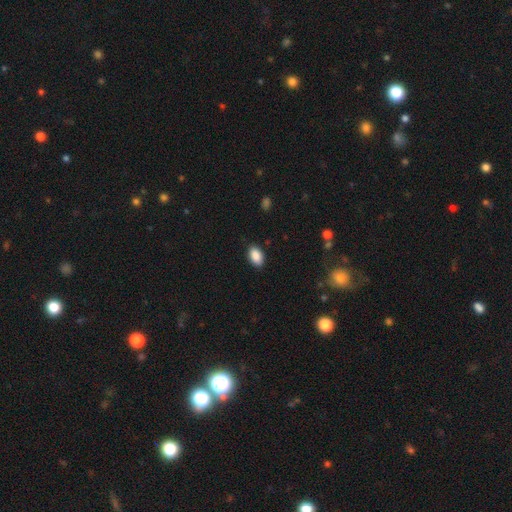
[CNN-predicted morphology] The model was most divided on "merging": none: 87%, minor disturbance: 10%, major disturbance: 2%, merger: 1%. More confident: how rounded — in between (92%); smooth or featured — smooth (89%).